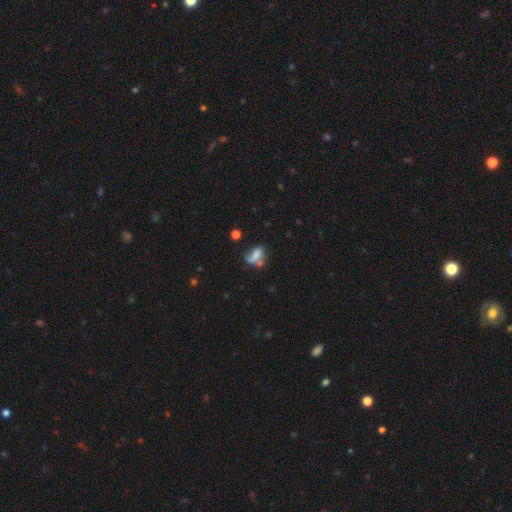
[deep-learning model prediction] Smooth or featured? Predicted: smooth (p=0.59). How rounded? Predicted: in between (p=0.73). Merging? Predicted: none (p=0.34).